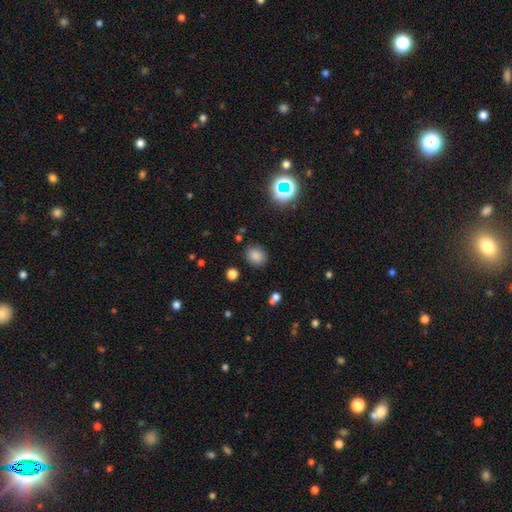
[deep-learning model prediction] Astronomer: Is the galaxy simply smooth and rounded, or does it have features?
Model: smooth — 81%.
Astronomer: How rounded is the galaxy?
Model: round — 53% (runner-up: in between, 46%).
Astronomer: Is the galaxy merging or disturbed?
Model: none — 84%.